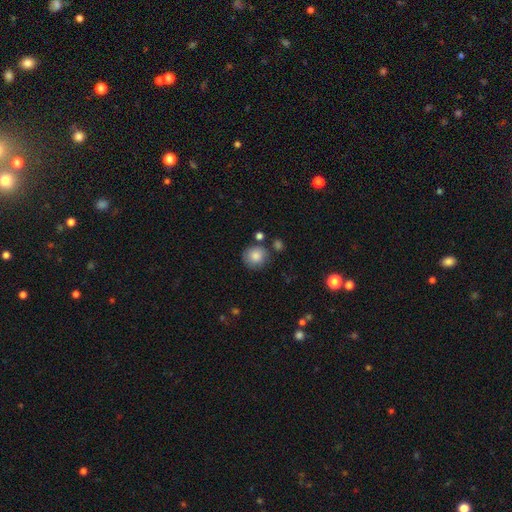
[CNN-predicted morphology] Smooth or featured: smooth — 85% (star or artifact — 8%)
How rounded: round — 89% (in between — 10%)
Merging: none — 76% (minor disturbance — 13%)